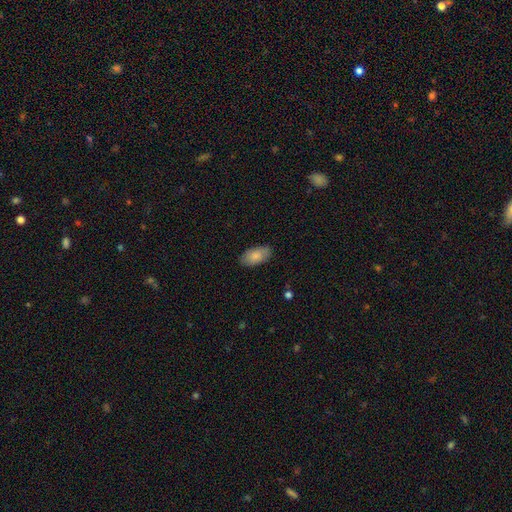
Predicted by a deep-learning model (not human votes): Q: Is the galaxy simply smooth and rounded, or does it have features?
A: smooth — 83%.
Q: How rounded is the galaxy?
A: in between — 94%.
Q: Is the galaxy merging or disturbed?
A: none — 85%.